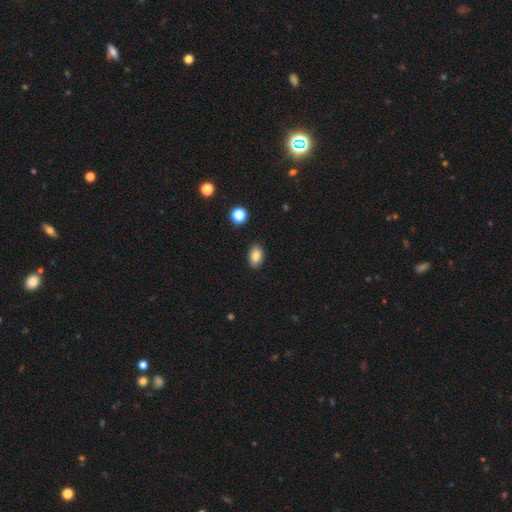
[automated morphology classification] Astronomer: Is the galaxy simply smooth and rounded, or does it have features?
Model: smooth — 83%.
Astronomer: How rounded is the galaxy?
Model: in between — 87%.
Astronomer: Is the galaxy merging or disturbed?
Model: none — 88%.